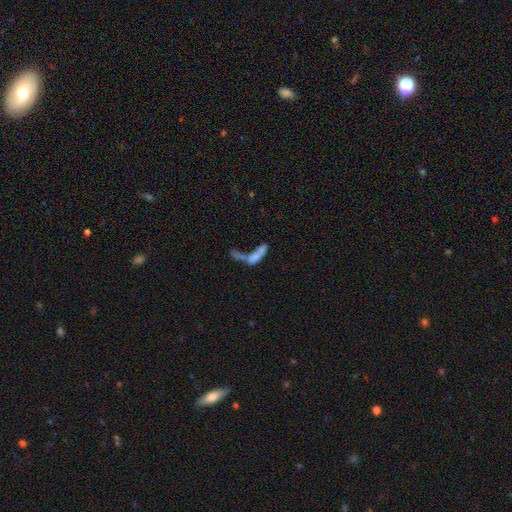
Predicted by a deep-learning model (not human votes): Overall: smooth (60%; featured or disk 28%). How rounded: cigar-shaped (49%; in between 47%). Merging: merger (61%).